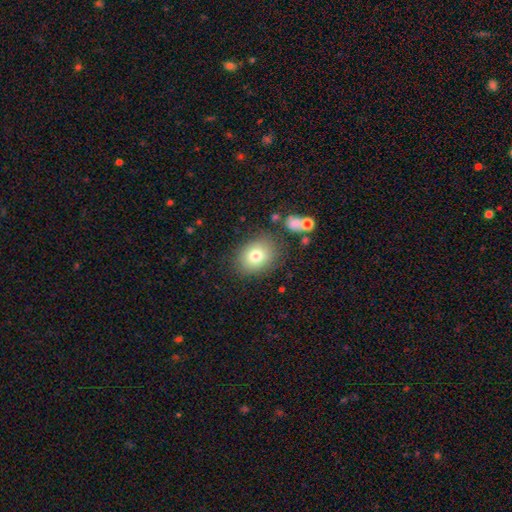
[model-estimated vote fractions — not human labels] The model was most divided on "how rounded": round: 53%, in between: 46%, cigar-shaped: 1%. More confident: merging — none (78%); smooth or featured — smooth (78%).